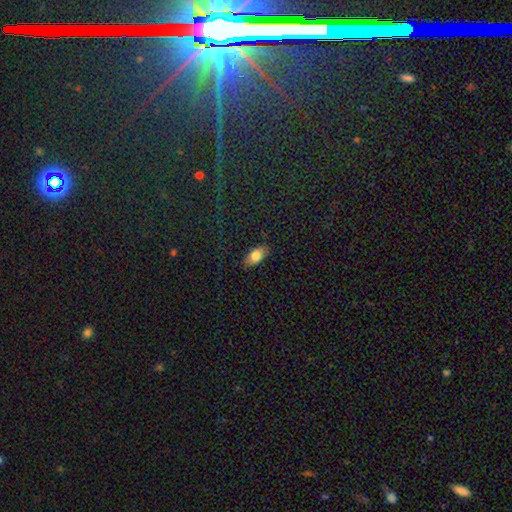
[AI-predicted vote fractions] Overall: smooth (81%). How rounded: in between (91%). Merging: none (85%).